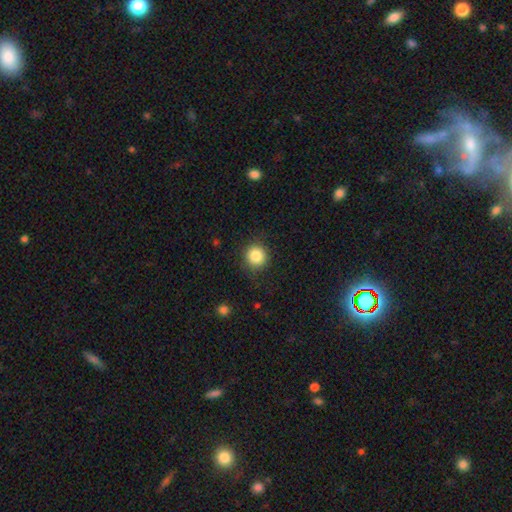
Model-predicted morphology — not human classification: A smooth galaxy with no disk features (85%) that is round (92%). Merging: none (86%).